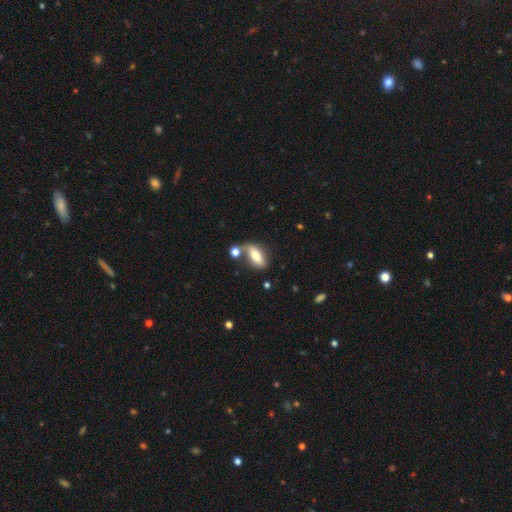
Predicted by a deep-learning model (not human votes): The model was most divided on "merging": none: 52%, merger: 25%, minor disturbance: 16%, major disturbance: 7%. More confident: how rounded — in between (80%); smooth or featured — smooth (64%).